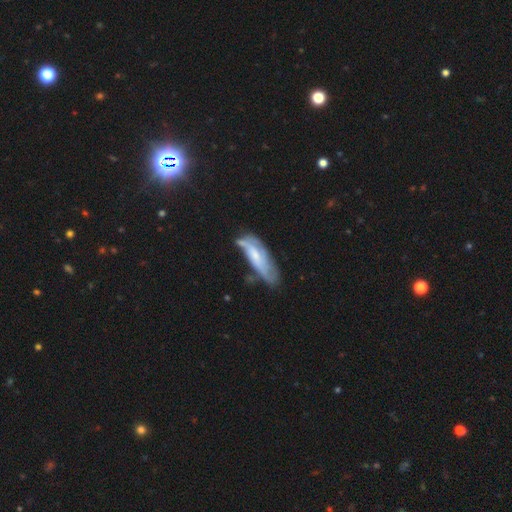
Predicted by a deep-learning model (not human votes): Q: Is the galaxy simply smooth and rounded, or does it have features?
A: featured or disk — 53%.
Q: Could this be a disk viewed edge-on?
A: no — 72%.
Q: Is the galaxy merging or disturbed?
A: none — 42%.